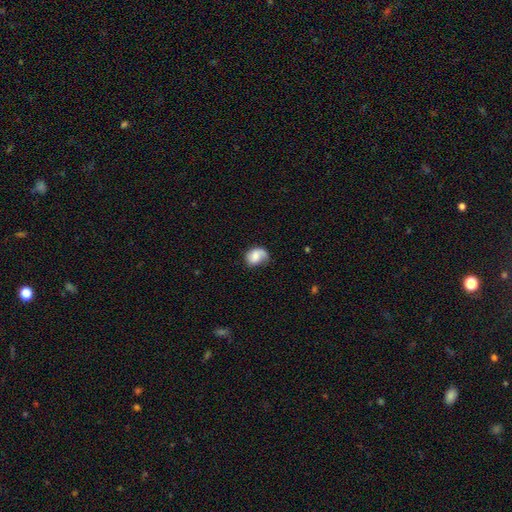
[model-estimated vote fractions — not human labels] A smooth galaxy with no disk features (60%) that is in between round and cigar-shaped (57%).

Vote fractions:
- Smooth or featured? smooth: 60% / featured or disk: 32% / star or artifact: 8%
- How rounded? in between: 57% / round: 42% / cigar-shaped: 1%
- Merging? none: 43% / minor disturbance: 34% / major disturbance: 21% / merger: 3%